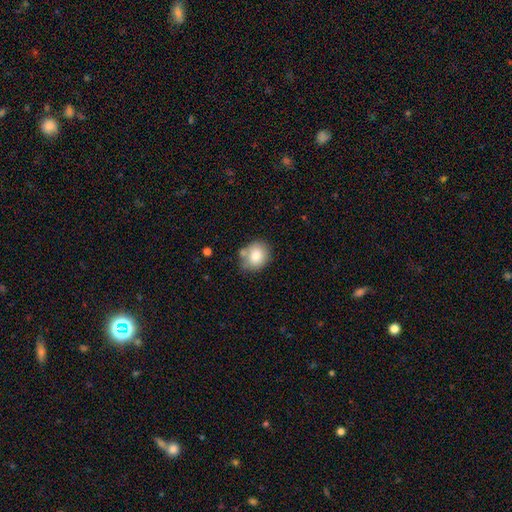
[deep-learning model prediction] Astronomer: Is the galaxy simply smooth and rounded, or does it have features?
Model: smooth — 82%.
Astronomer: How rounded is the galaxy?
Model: round — 62%.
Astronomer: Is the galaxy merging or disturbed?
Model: none — 62%.